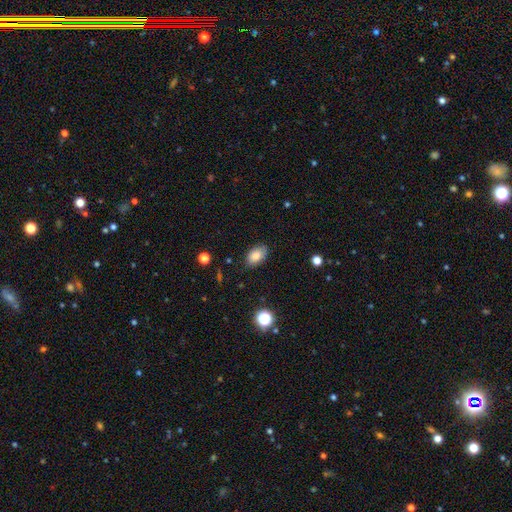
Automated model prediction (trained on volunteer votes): Smooth or featured? Predicted: smooth (p=0.82). How rounded? Predicted: in between (p=0.88). Merging? Predicted: none (p=0.81).